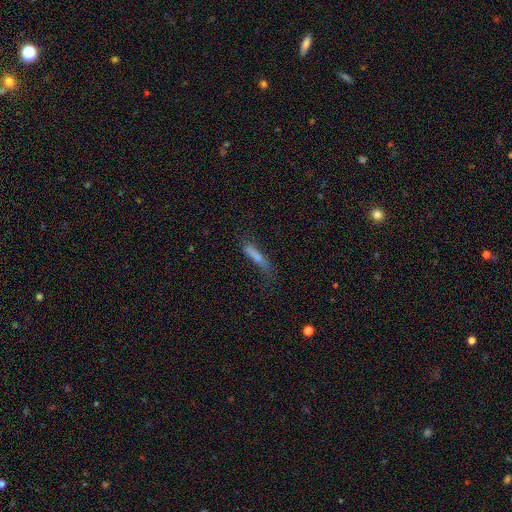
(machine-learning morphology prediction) Smooth or featured: smooth — 68% (featured or disk — 21%)
How rounded: cigar-shaped — 78% (in between — 19%)
Merging: none — 42% (minor disturbance — 29%)